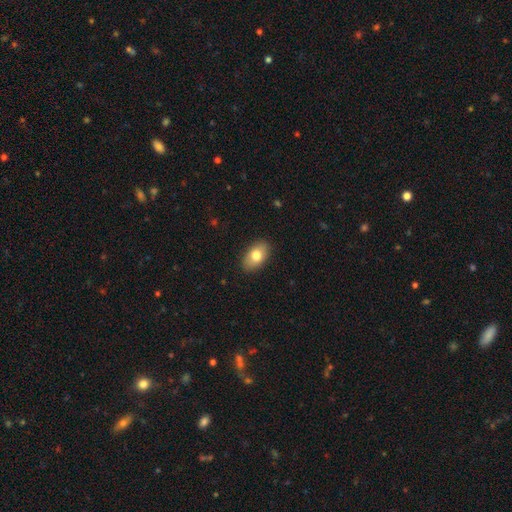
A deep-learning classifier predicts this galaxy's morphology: smooth 77%, featured or disk 16%, star or artifact 7%. Down the decision tree: how rounded — in between (91%); merging — none (88%).